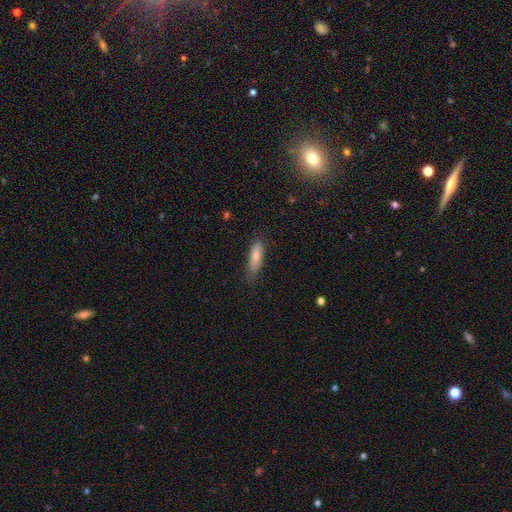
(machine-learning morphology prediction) smooth 71%, featured or disk 21%, star or artifact 9%. Down the decision tree: how rounded — cigar-shaped (54%); merging — none (75%).